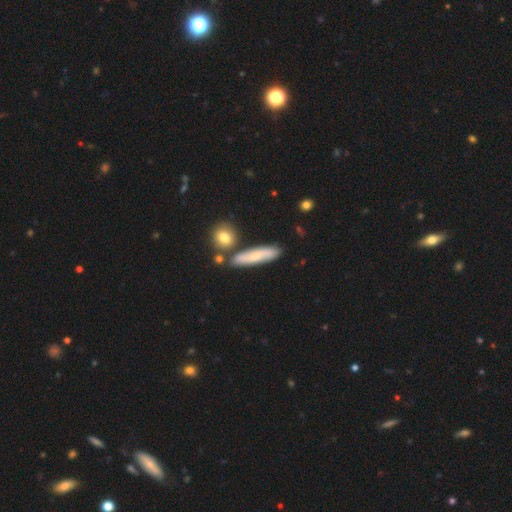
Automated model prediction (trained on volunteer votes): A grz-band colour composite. It shows a smooth galaxy with no disk features (59%) that is cigar-shaped (76%). Merging: none (74%).